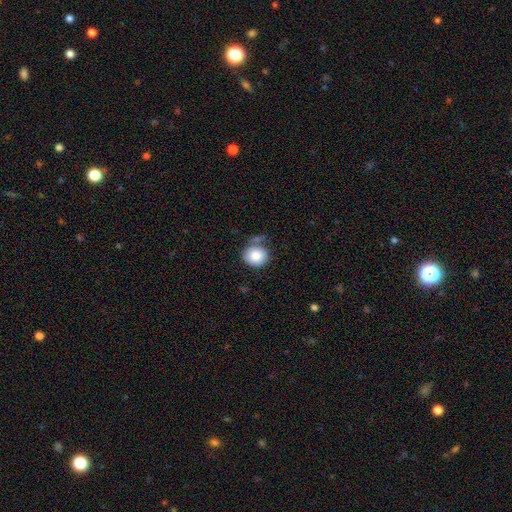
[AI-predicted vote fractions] Smooth or featured?
  - smooth: 83% *
  - featured or disk: 9%
  - star or artifact: 8%
How rounded?
  - round: 80% *
  - in between: 20%
  - cigar-shaped: 1%
Merging?
  - none: 57% *
  - minor disturbance: 21%
  - merger: 14%
  - major disturbance: 8%